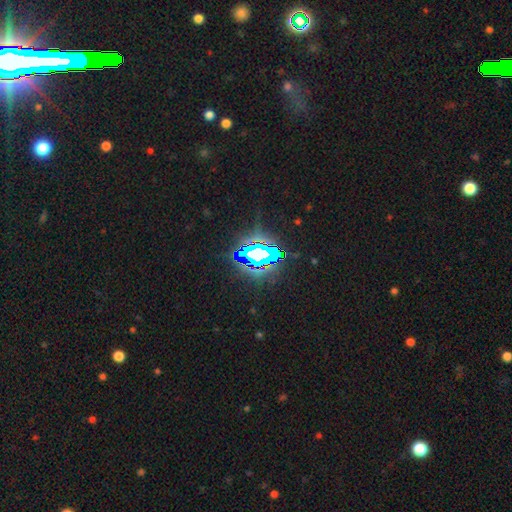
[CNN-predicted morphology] A star or artifact, not a galaxy (76%).